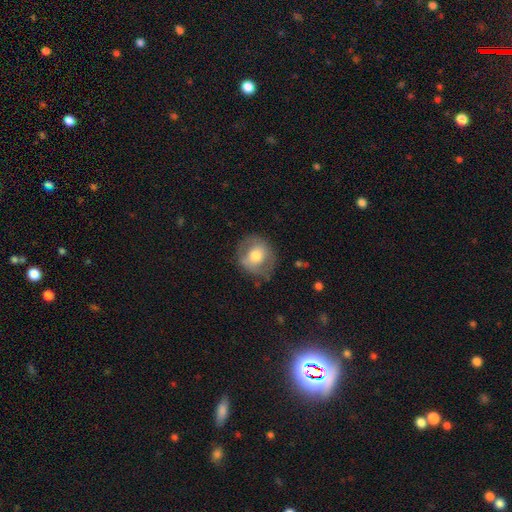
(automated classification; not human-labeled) Smooth or featured? smooth (60%)
How rounded? round (79%)
Merging? none (71%)